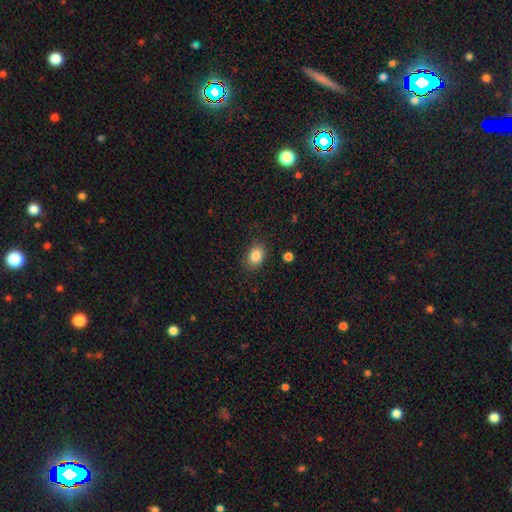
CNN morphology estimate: type=smooth (84%); roundness=in between (72%); merging=none (84%).